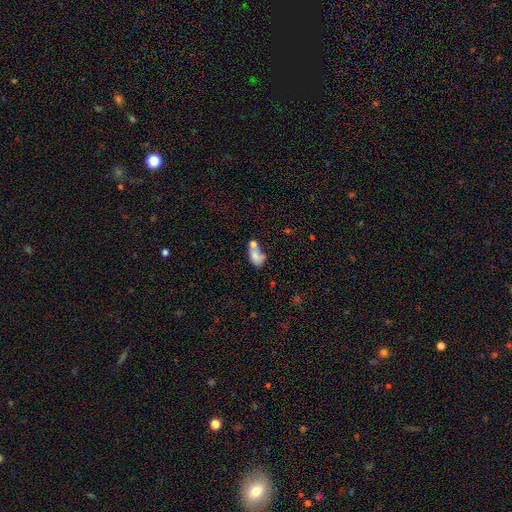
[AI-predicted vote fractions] This is likely a smooth galaxy (71%). How rounded: clearly in between (81%). Merging: possibly merger (58%).